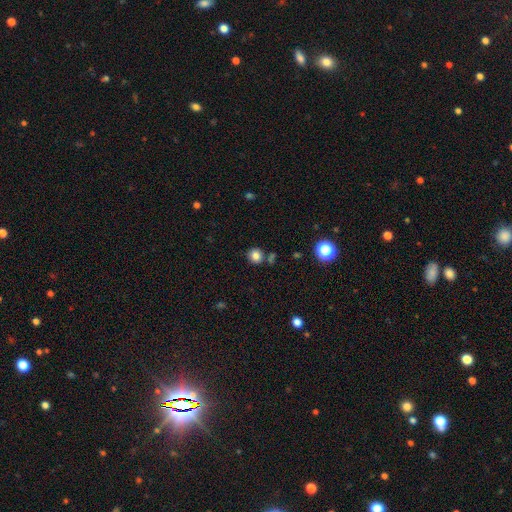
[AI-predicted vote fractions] Overall: smooth (82%). How rounded: round (88%). Merging: none (79%).